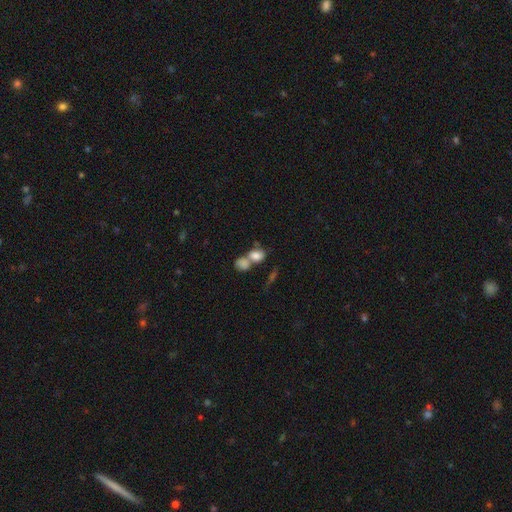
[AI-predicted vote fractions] smooth-or-featured: smooth: 77% | featured or disk: 14% | star or artifact: 9%
  how-rounded: in between: 64% | round: 33% | cigar-shaped: 2%
  merging: merger: 59% | none: 26% | minor disturbance: 9% | major disturbance: 6%